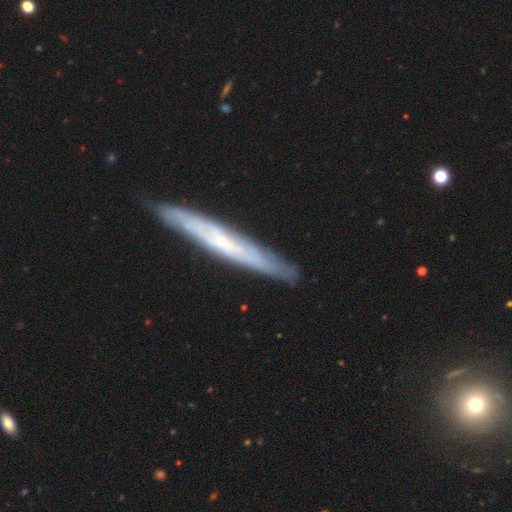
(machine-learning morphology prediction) This appears to be a featured or disk galaxy (66%) viewed edge-on (76%). Merging: none (85%).